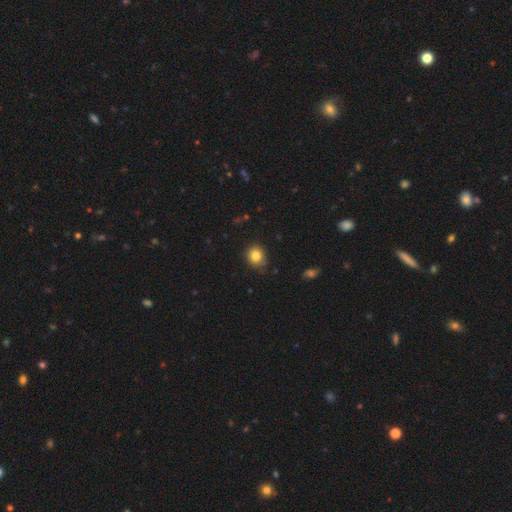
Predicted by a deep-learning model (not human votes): smooth_or_featured: smooth (p=0.83) [alt: star or artifact p=0.11]
how_rounded: round (p=0.78) [alt: in between p=0.21]
merging: none (p=0.79) [alt: minor disturbance p=0.17]